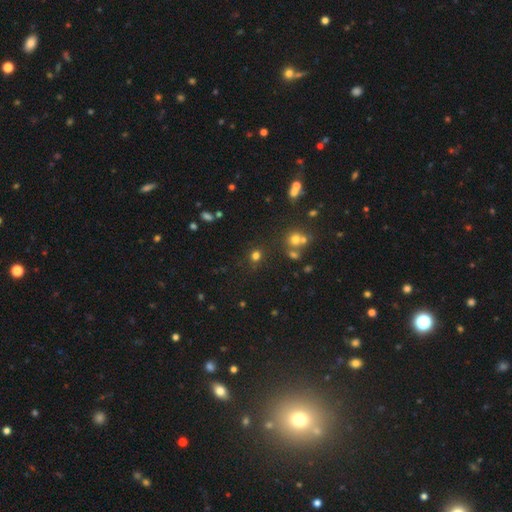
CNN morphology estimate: Smooth or featured?
  - smooth: 71% *
  - star or artifact: 23%
  - featured or disk: 6%
How rounded?
  - round: 85% *
  - in between: 14%
  - cigar-shaped: 1%
Merging?
  - none: 79% *
  - minor disturbance: 10%
  - merger: 7%
  - major disturbance: 4%